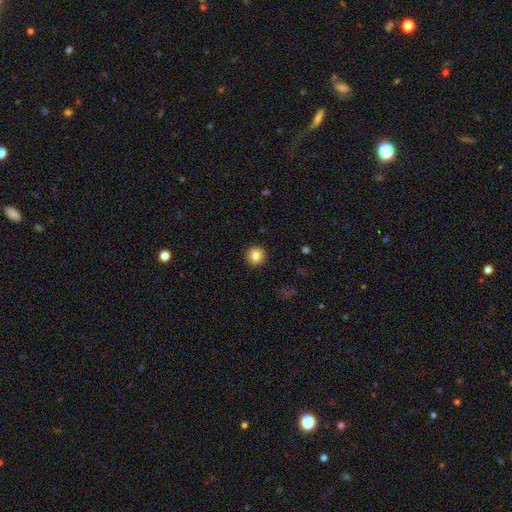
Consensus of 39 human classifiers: This appears to be a smooth galaxy with no disk features (90%) that is round (94%). Merging: none (100%).